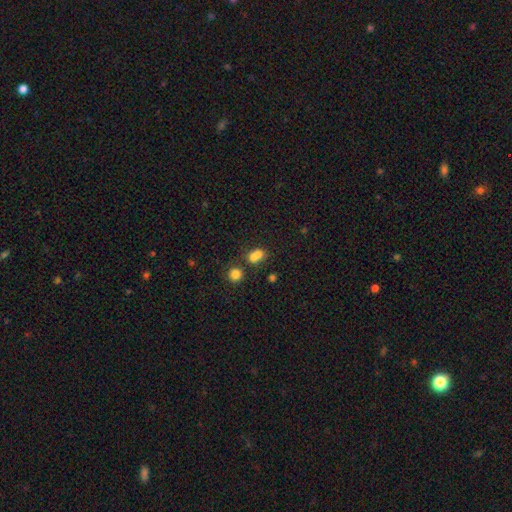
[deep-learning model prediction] This appears to be a smooth galaxy with no disk features (76%) that is in between round and cigar-shaped (60%). Merging: merger (48%).